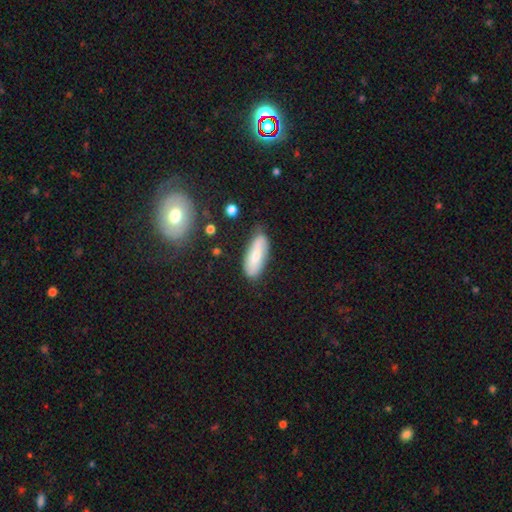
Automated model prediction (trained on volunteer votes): smooth 63%, featured or disk 30%, star or artifact 7%. Down the decision tree: how rounded — in between (73%); merging — none (72%).